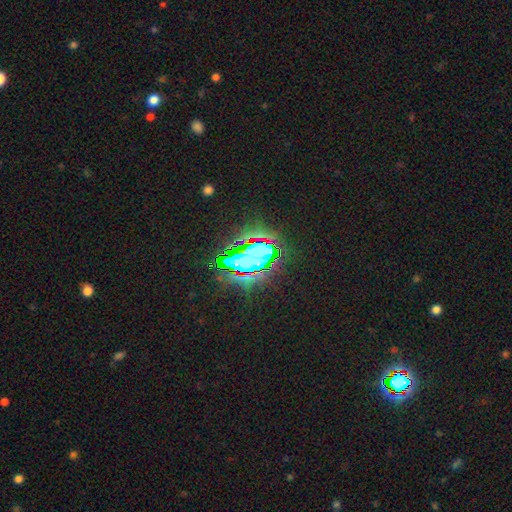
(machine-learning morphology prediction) star or artifact 78%, smooth 12%, featured or disk 10%.